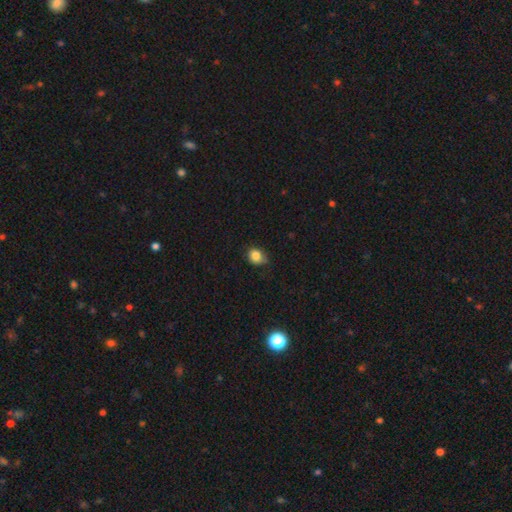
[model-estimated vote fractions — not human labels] smooth 83%, star or artifact 10%, featured or disk 6%. Down the decision tree: how rounded — round (60%); merging — none (58%).